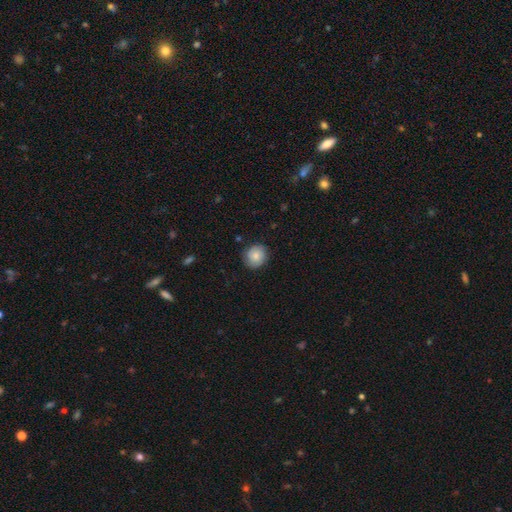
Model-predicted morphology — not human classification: Smooth or featured? Predicted: smooth (p=0.74). How rounded? Predicted: round (p=0.88). Merging? Predicted: none (p=0.82).